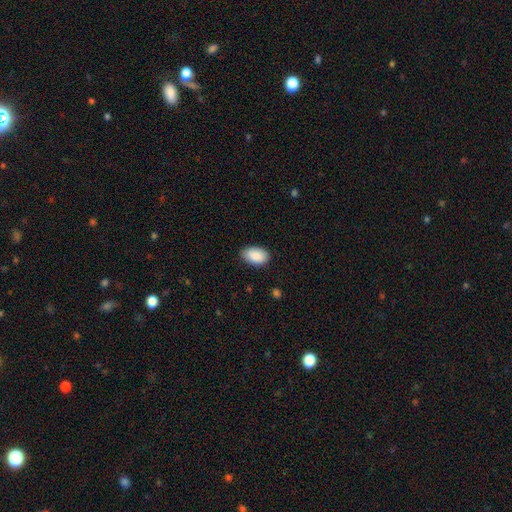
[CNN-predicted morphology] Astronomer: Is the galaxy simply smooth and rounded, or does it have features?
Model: smooth — 89%.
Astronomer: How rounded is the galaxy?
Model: in between — 93%.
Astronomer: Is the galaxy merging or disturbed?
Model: none — 81%.